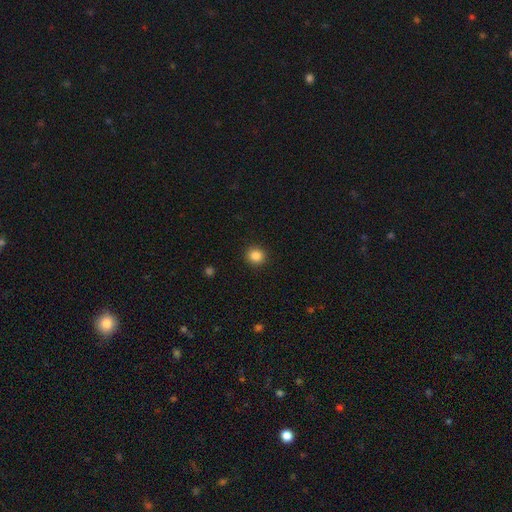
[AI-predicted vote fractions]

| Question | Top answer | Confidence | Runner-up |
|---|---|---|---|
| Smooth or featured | smooth | 86% | star or artifact (10%) |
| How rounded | round | 90% | in between (9%) |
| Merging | none | 92% | minor disturbance (5%) |